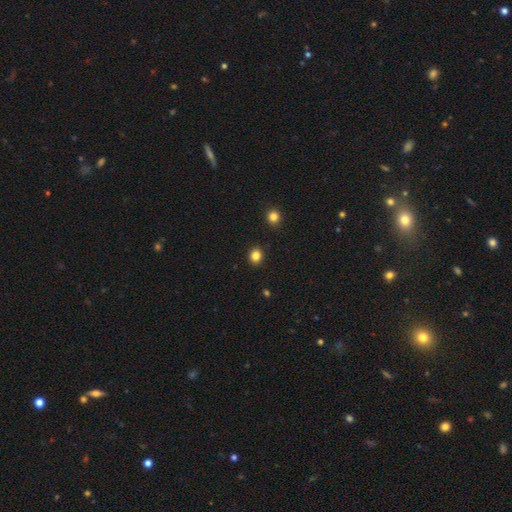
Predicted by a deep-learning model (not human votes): Smooth or featured? Predicted: smooth (p=0.83). How rounded? Predicted: round (p=0.73). Merging? Predicted: none (p=0.91).